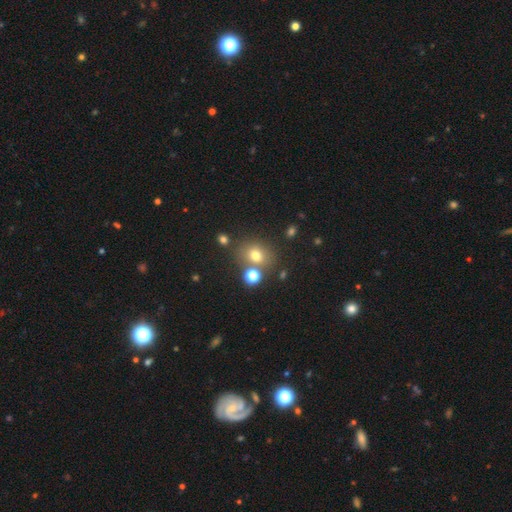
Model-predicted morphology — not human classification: smooth 72%, star or artifact 17%, featured or disk 11%. Down the decision tree: how rounded — round (60%); merging — none (69%).